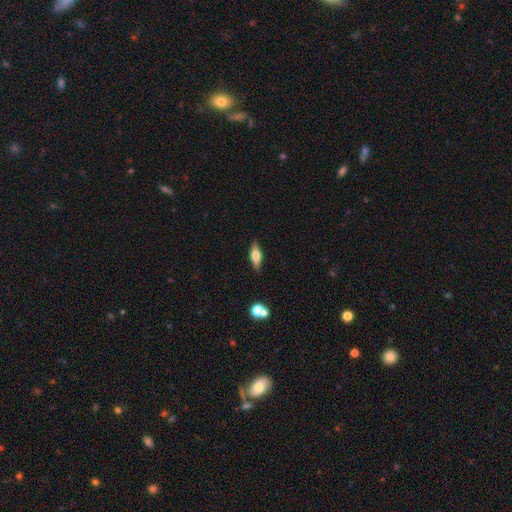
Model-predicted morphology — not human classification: Smooth or featured? smooth (49%)
Merging? none (87%)